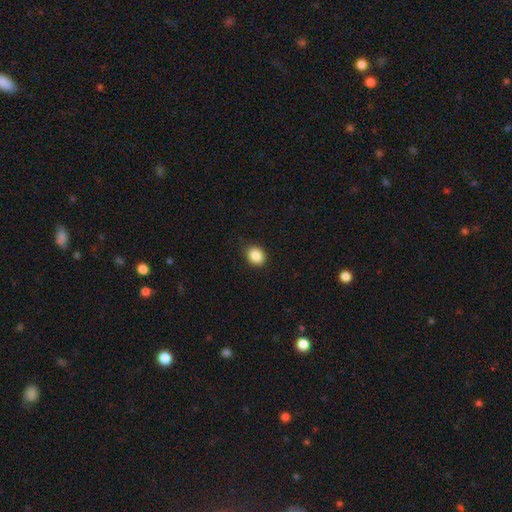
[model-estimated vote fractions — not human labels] Smooth or featured? Predicted: smooth (p=0.88). How rounded? Predicted: round (p=0.56). Merging? Predicted: none (p=0.88).